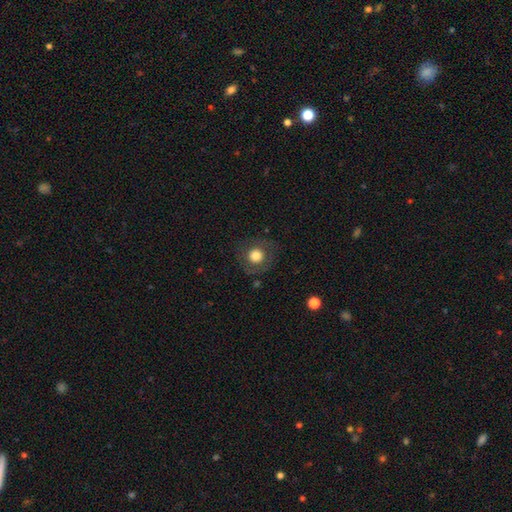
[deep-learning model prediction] smooth 72%, featured or disk 18%, star or artifact 10%. Down the decision tree: how rounded — round (91%); merging — none (79%).